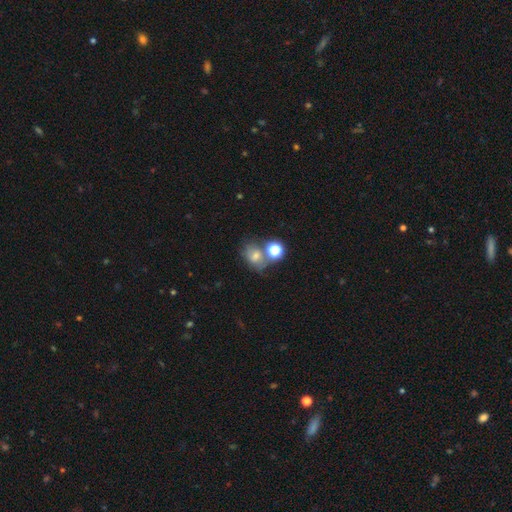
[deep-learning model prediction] A smooth galaxy with no disk features (59%) that is round (50%).

Vote fractions:
- Smooth or featured? smooth: 59% / featured or disk: 21% / star or artifact: 20%
- How rounded? round: 50% / in between: 49% / cigar-shaped: 1%
- Merging? none: 44% / merger: 30% / minor disturbance: 16% / major disturbance: 10%